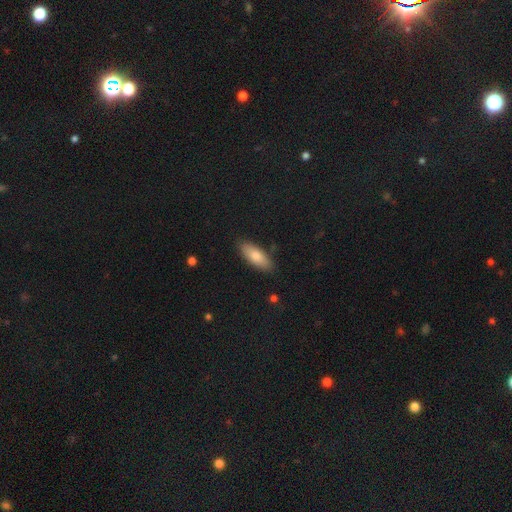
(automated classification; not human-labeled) This is likely a smooth galaxy (77%). How rounded: likely in between (73%). Merging: clearly none (86%).